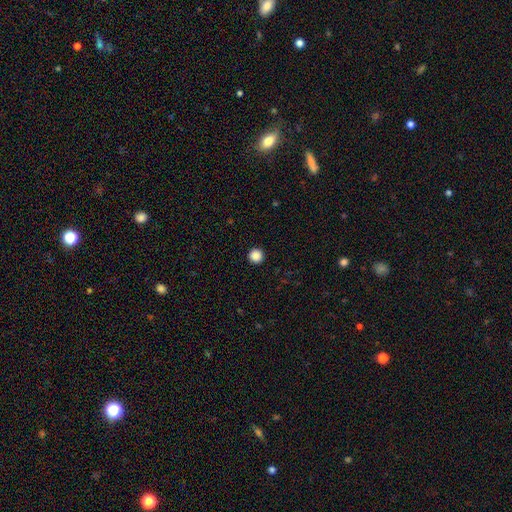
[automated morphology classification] This appears to be a smooth galaxy with no disk features (88%) that is round (97%). Merging: none (94%).